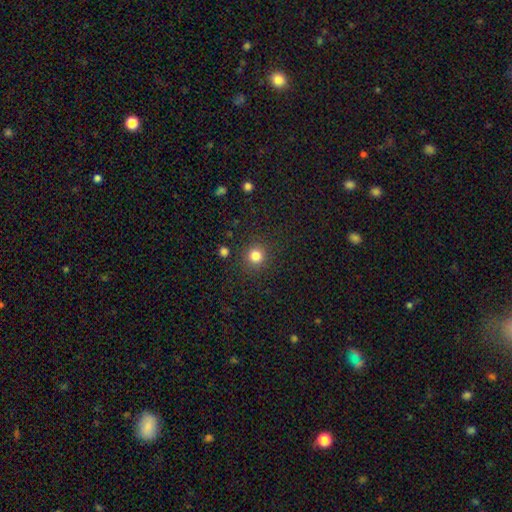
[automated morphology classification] Smooth or featured: smooth — 82% (star or artifact — 13%)
How rounded: round — 93% (in between — 6%)
Merging: none — 89% (minor disturbance — 7%)